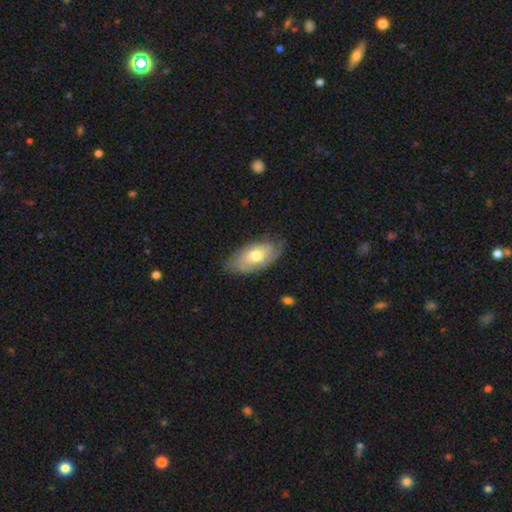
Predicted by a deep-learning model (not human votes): This appears to be a featured or disk galaxy (48%). Merging: none (72%).